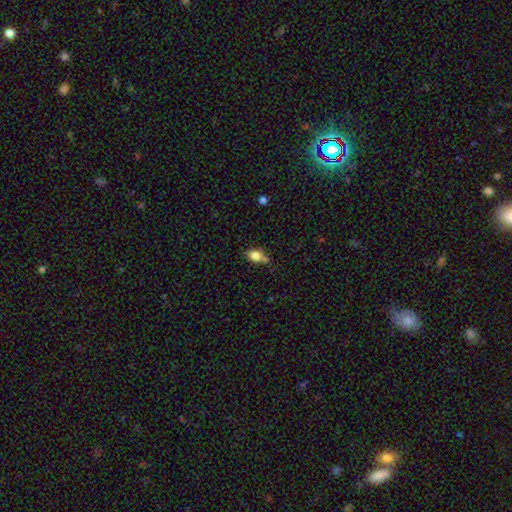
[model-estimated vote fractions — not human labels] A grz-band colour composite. It shows a smooth galaxy with no disk features (80%) that is in between round and cigar-shaped (73%). Merging: none (51%).